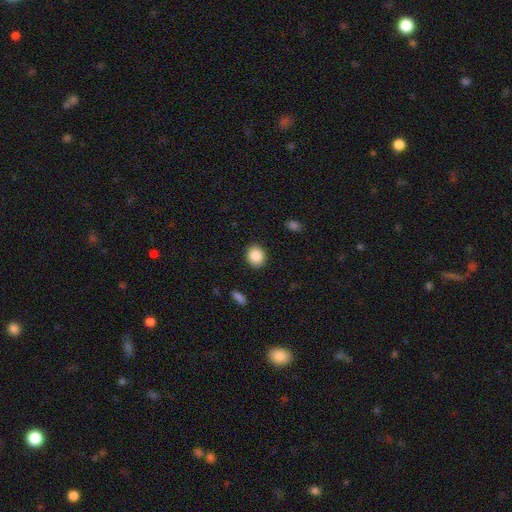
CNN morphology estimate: smooth 88%, star or artifact 8%, featured or disk 4%. Down the decision tree: how rounded — round (73%); merging — none (90%).